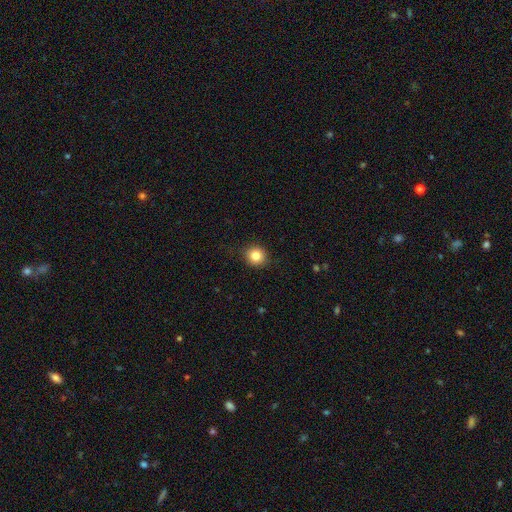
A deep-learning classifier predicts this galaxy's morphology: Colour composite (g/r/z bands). It shows a smooth galaxy with no disk features (84%) that is round (88%). Merging: none (89%).